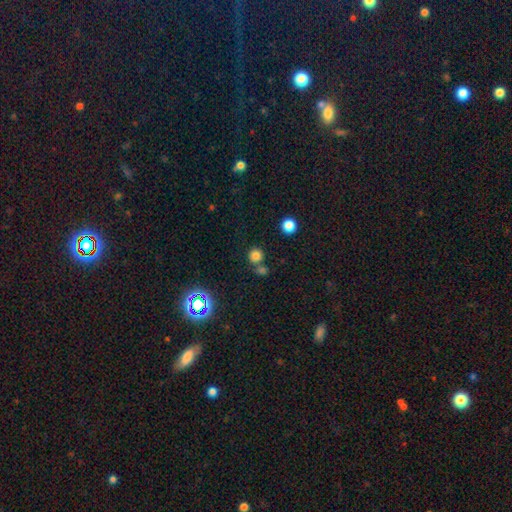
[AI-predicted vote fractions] This appears to be a smooth galaxy with no disk features (77%) that is round (91%). Merging: none (67%).